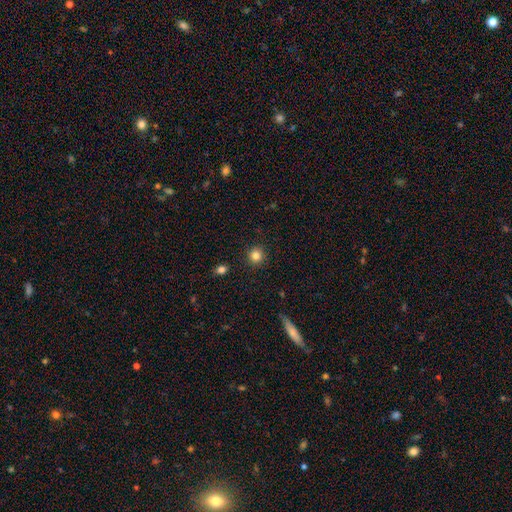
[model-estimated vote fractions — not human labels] Q: Smooth or featured?
A: smooth (83%); runner-up: star or artifact (12%)
Q: How rounded?
A: round (93%); runner-up: in between (6%)
Q: Merging?
A: none (91%); runner-up: minor disturbance (6%)